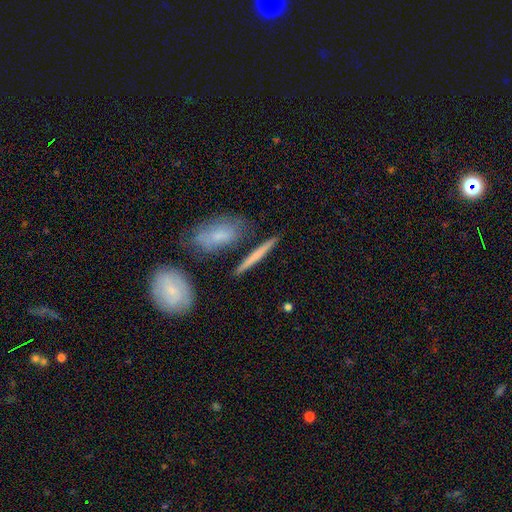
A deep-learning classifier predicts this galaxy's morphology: smooth-or-featured: smooth: 54% | featured or disk: 40% | star or artifact: 6%
  how-rounded: cigar-shaped: 89% | in between: 8% | round: 3%
  merging: none: 82% | minor disturbance: 10% | merger: 6% | major disturbance: 3%